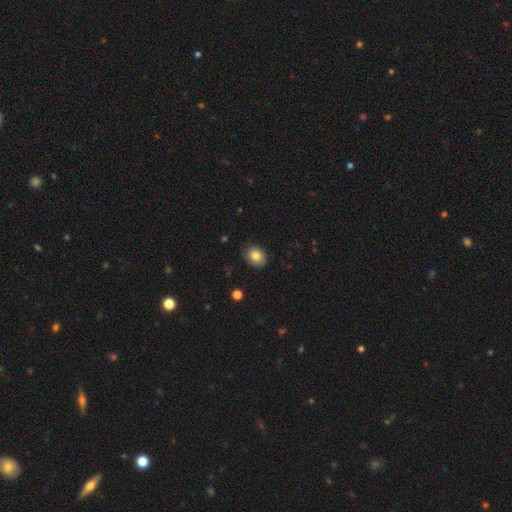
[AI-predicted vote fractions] Smooth or featured? Predicted: smooth (p=0.82). How rounded? Predicted: in between (p=0.58). Merging? Predicted: none (p=0.81).